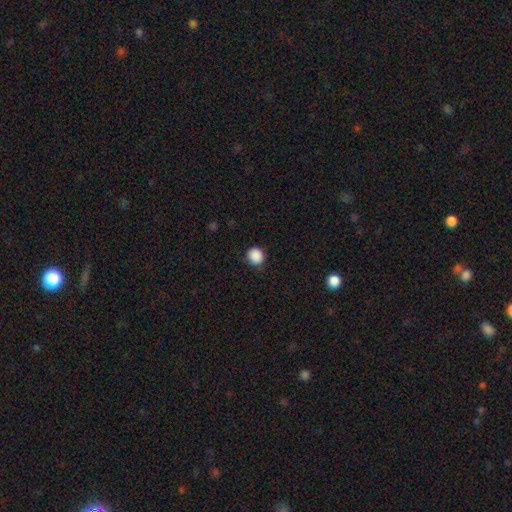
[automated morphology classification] This appears to be a smooth galaxy with no disk features (89%) that is round (88%). Merging: none (89%).